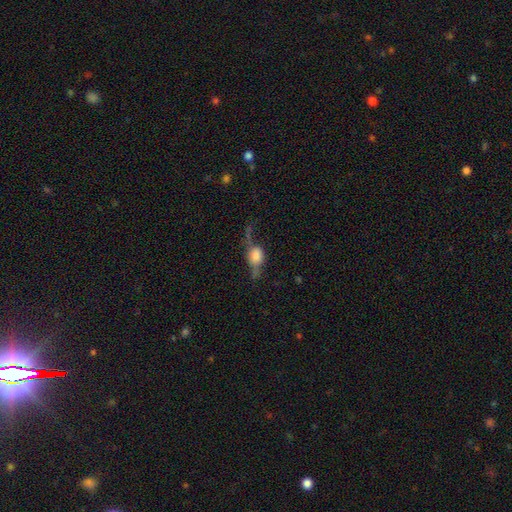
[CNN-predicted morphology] Overall: smooth (46%; featured or disk 45%). Merging: none (37%; major disturbance 33%).